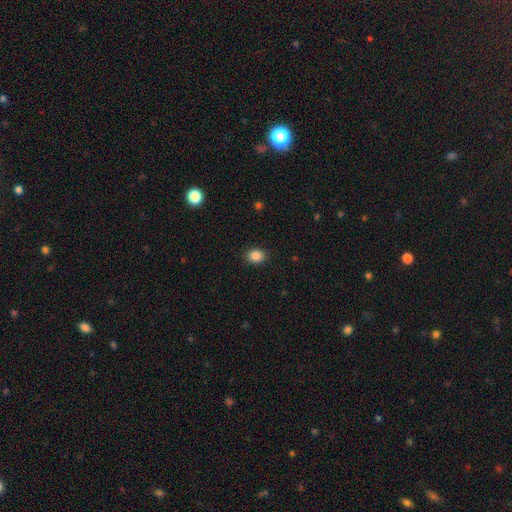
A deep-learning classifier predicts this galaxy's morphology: smooth-or-featured: smooth: 87% | star or artifact: 10% | featured or disk: 4%
  how-rounded: in between: 51% | round: 48% | cigar-shaped: 1%
  merging: none: 89% | minor disturbance: 8% | major disturbance: 2% | merger: 1%